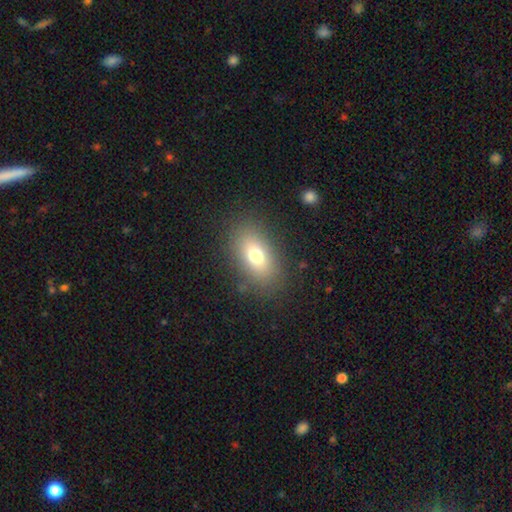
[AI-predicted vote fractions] Smooth or featured: smooth — 73% (featured or disk — 15%)
How rounded: in between — 84% (round — 12%)
Merging: none — 85% (minor disturbance — 10%)